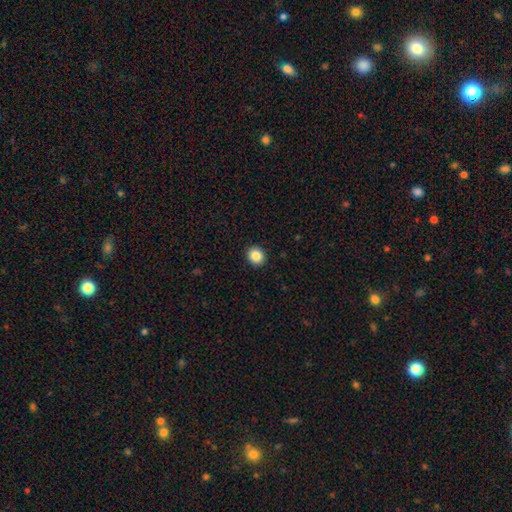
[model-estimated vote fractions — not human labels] This appears to be a smooth galaxy with no disk features (85%) that is round (82%). Merging: none (92%).